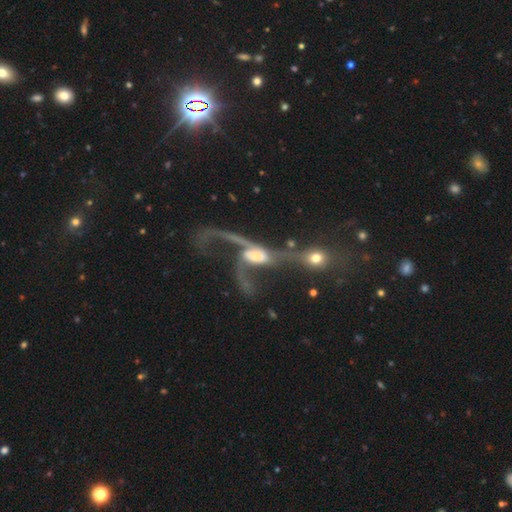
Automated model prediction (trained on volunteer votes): Overall: featured or disk (78%). Edge-on disk: no (91%). Bar: no (54%; weak 32%). Spiral arms: yes (83%). Spiral arm count: 2 (62%). Spiral winding: loose (81%). Bulge size: moderate (47%; small 30%). Merging: merger (52%; major disturbance 29%).